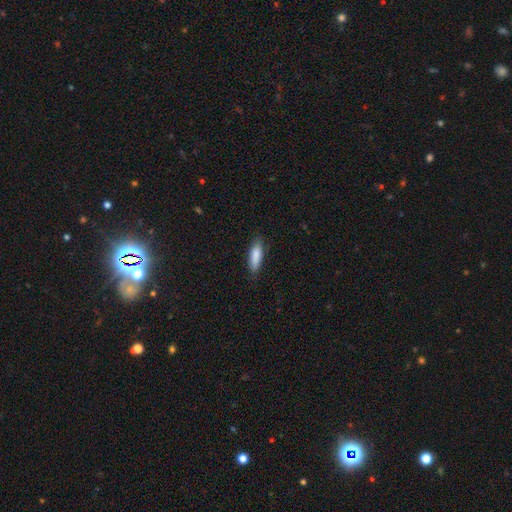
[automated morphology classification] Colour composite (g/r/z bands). It shows a smooth galaxy with no disk features (86%) that is cigar-shaped (49%, tied with in between). Merging: none (82%).